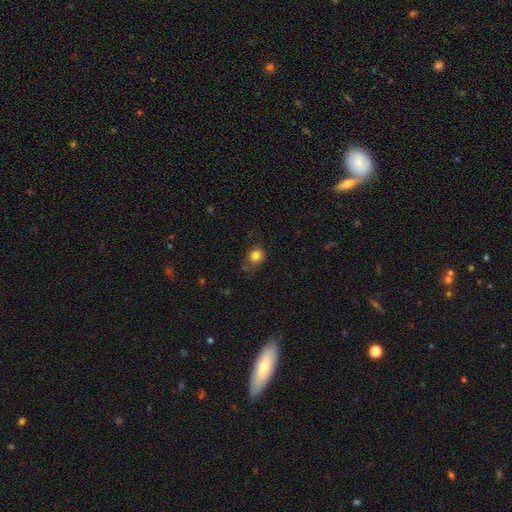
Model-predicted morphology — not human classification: A smooth galaxy with no disk features (82%) that is round (79%). Merging: none (68%).